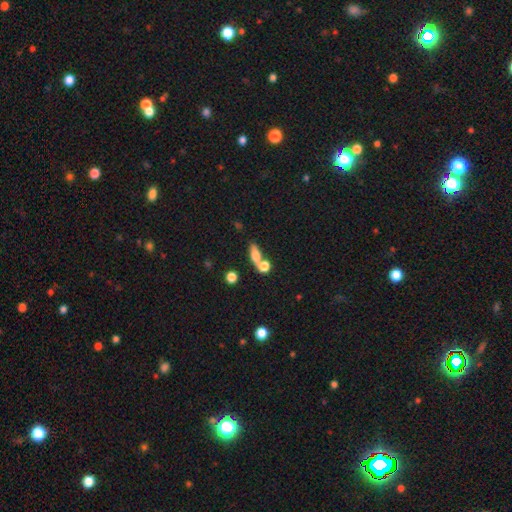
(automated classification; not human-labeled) Q: Smooth or featured?
A: smooth (69%); runner-up: featured or disk (20%)
Q: How rounded?
A: in between (61%); runner-up: cigar-shaped (23%)
Q: Merging?
A: merger (43%); runner-up: none (41%)